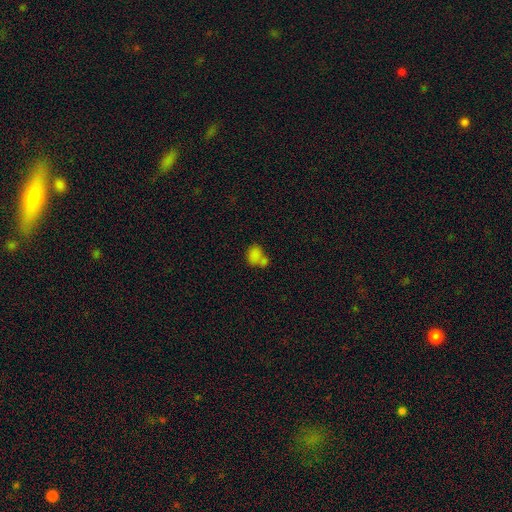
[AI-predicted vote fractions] smooth_or_featured: smooth (p=0.78) [alt: star or artifact p=0.12]
how_rounded: in between (p=0.52) [alt: round p=0.47]
merging: merger (p=0.49) [alt: none p=0.34]